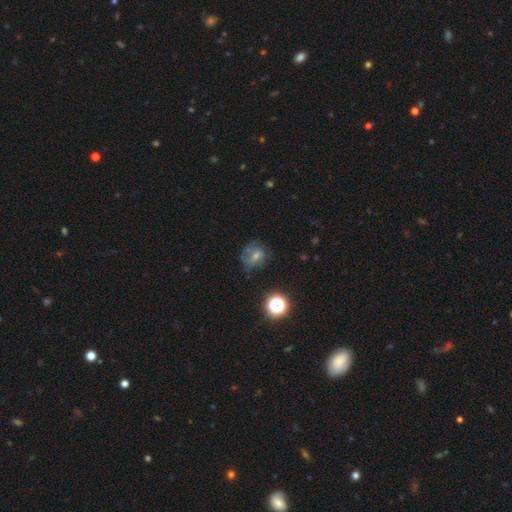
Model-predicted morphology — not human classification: This is marginally a smooth galaxy (38%). Merging: possibly none (60%).